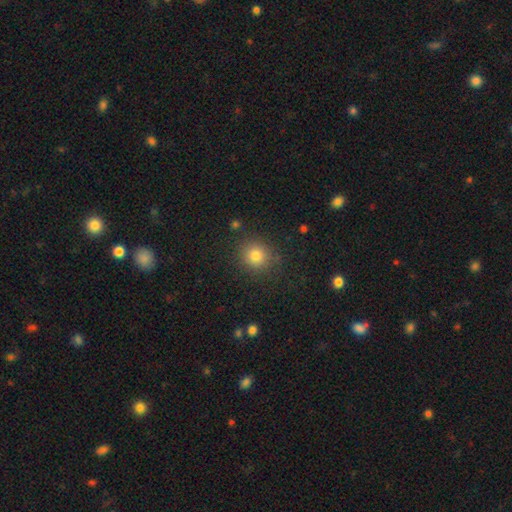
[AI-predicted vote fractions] A smooth galaxy with no disk features (81%) that is round (88%).

Vote fractions:
- Smooth or featured? smooth: 81% / star or artifact: 13% / featured or disk: 6%
- How rounded? round: 88% / in between: 12% / cigar-shaped: 1%
- Merging? none: 86% / minor disturbance: 8% / major disturbance: 3% / merger: 2%